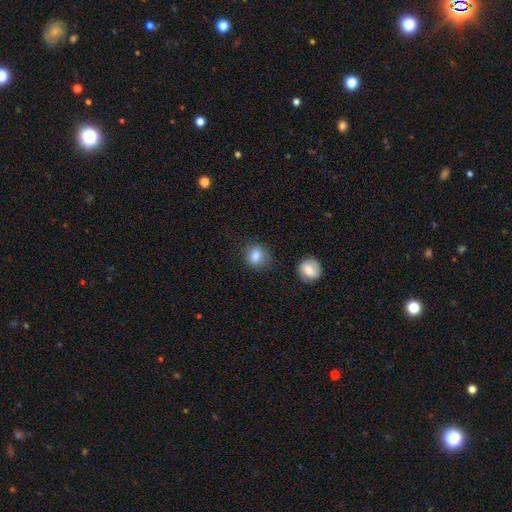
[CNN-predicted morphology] A smooth galaxy with no disk features (84%) that is round (63%). Merging: none (78%).